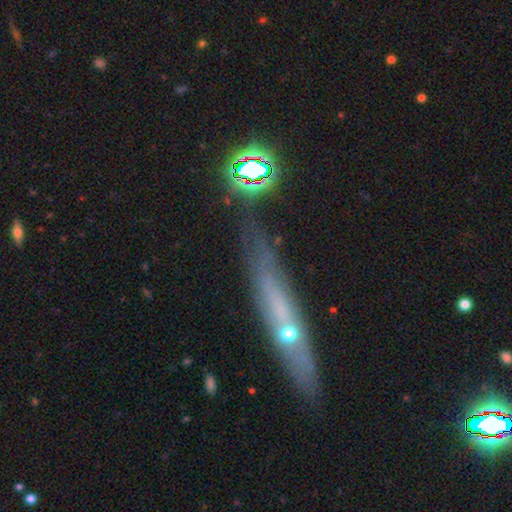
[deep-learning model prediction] A featured or disk galaxy (40%). Merging: none (75%).